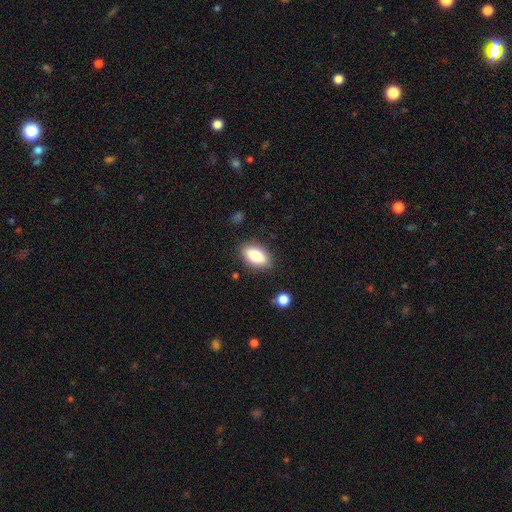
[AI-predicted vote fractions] Smooth or featured?
  - smooth: 77% *
  - featured or disk: 15%
  - star or artifact: 8%
How rounded?
  - in between: 87% *
  - cigar-shaped: 7%
  - round: 6%
Merging?
  - none: 85% *
  - minor disturbance: 11%
  - major disturbance: 3%
  - merger: 2%